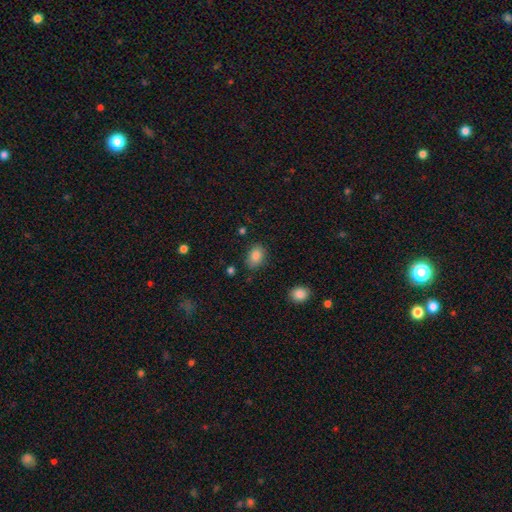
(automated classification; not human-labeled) A smooth galaxy with no disk features (85%) that is in between round and cigar-shaped (72%).

Vote fractions:
- Smooth or featured? smooth: 85% / star or artifact: 9% / featured or disk: 6%
- How rounded? in between: 72% / round: 27% / cigar-shaped: 1%
- Merging? none: 81% / minor disturbance: 14% / major disturbance: 3% / merger: 2%